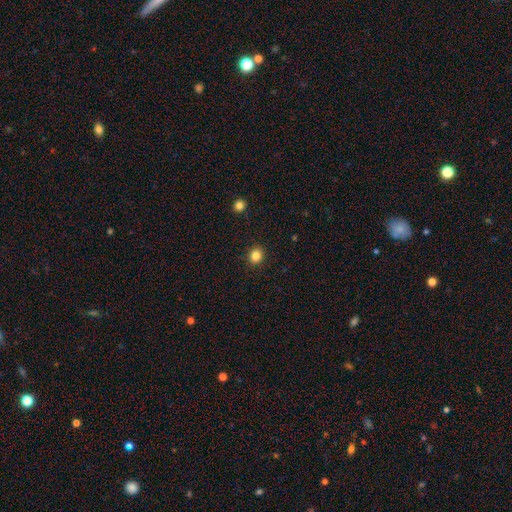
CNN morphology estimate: Smooth or featured? smooth (84%)
How rounded? round (79%)
Merging? none (91%)